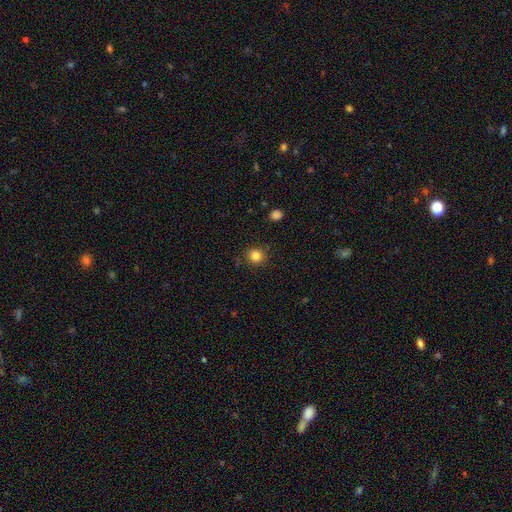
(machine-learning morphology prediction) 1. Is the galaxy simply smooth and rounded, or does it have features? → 83% smooth, 12% star or artifact, 5% featured or disk.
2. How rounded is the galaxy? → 90% round, 9% in between, 1% cigar-shaped.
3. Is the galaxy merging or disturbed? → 88% none, 8% minor disturbance, 2% major disturbance, 2% merger.